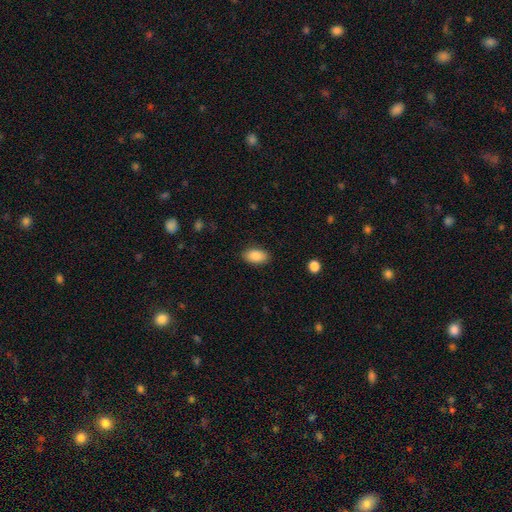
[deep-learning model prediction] smooth 88%, star or artifact 7%, featured or disk 5%. Down the decision tree: how rounded — in between (93%); merging — none (87%).